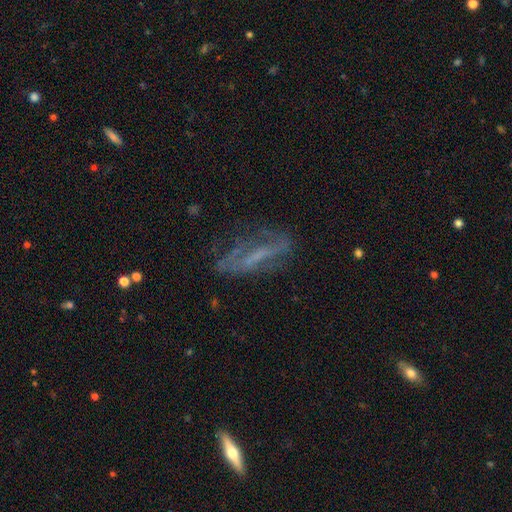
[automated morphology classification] Q: Smooth or featured?
A: featured or disk (58%); runner-up: smooth (27%)
Q: Edge-on disk?
A: no (65%); runner-up: yes (35%)
Q: Merging?
A: none (58%); runner-up: minor disturbance (23%)